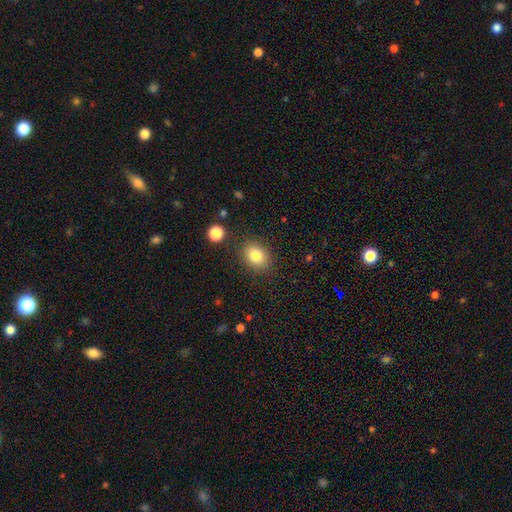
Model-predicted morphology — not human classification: smooth_or_featured: smooth (p=0.82) [alt: star or artifact p=0.10]
how_rounded: in between (p=0.54) [alt: round p=0.45]
merging: none (p=0.83) [alt: minor disturbance p=0.11]